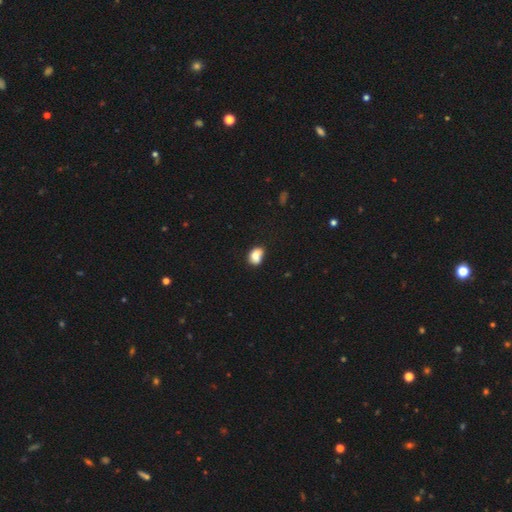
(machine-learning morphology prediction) Smooth or featured?
  - smooth: 81% *
  - featured or disk: 10%
  - star or artifact: 9%
How rounded?
  - in between: 72% *
  - round: 27%
  - cigar-shaped: 1%
Merging?
  - none: 45% *
  - minor disturbance: 28%
  - merger: 17%
  - major disturbance: 9%